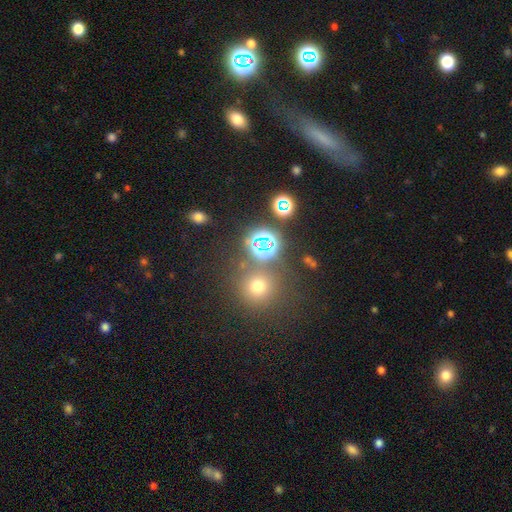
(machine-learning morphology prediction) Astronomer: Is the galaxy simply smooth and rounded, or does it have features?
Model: smooth — 49% (runner-up: star or artifact, 41%).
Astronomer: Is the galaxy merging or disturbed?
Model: none — 75%.